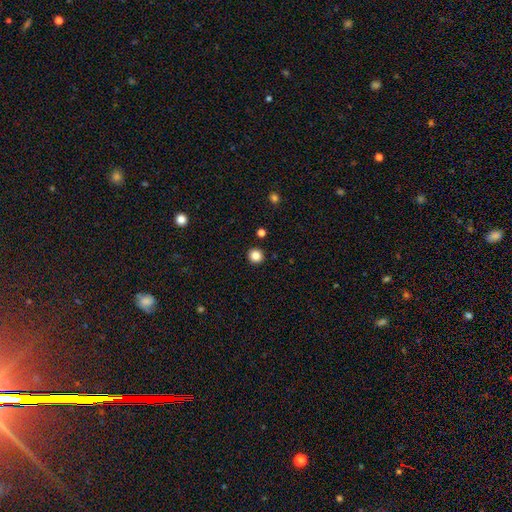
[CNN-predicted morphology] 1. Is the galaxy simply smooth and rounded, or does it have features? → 84% smooth, 11% star or artifact, 4% featured or disk.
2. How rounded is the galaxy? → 94% round, 5% in between, 1% cigar-shaped.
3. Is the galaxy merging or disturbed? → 93% none, 4% minor disturbance, 2% major disturbance, 1% merger.